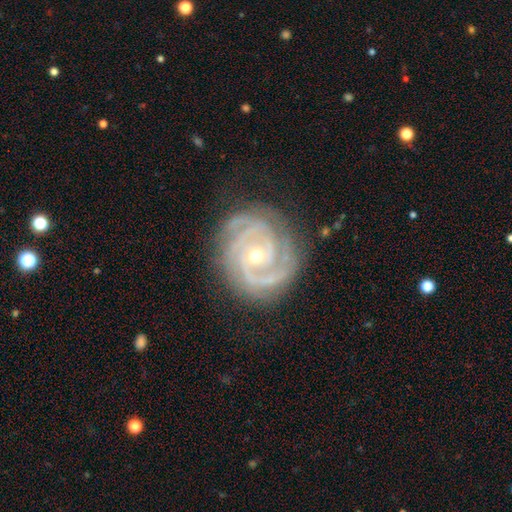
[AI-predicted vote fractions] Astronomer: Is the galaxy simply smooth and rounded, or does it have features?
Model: featured or disk — 91%.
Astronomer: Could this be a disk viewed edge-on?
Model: no — 98%.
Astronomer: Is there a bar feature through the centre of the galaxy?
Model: no — 65%.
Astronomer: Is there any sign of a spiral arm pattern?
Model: yes — 98%.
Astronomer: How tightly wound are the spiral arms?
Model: tight — 71%.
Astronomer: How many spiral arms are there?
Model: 2 — 36% (runner-up: 3, 33%).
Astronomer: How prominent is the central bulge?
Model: small — 55% (runner-up: moderate, 42%).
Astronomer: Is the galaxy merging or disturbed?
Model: none — 78%.